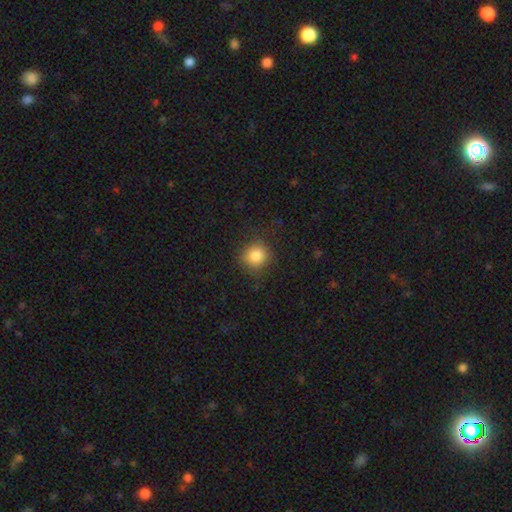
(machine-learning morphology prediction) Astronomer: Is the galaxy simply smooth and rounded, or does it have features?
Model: smooth — 82%.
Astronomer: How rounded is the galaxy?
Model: round — 88%.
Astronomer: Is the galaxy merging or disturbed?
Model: none — 81%.